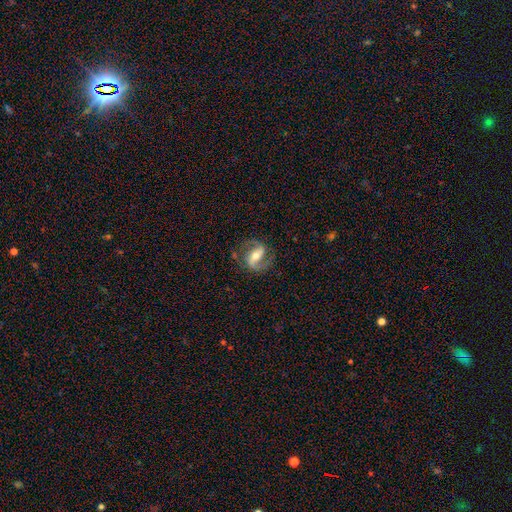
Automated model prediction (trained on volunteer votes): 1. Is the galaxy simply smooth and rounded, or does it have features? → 88% featured or disk, 7% smooth, 5% star or artifact.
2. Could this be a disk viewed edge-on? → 97% no, 3% yes.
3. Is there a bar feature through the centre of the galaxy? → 47% strong, 33% weak, 19% no.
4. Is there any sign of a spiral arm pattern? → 97% yes, 3% no.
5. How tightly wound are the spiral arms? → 54% medium, 26% loose, 20% tight.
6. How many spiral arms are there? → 91% 2, 3% 1, 2% can't tell, 1% 3, 1% 4, 1% more than 4.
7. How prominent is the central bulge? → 63% moderate, 30% small, 5% large, 1% none, 1% dominant.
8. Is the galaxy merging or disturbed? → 80% none, 13% minor disturbance, 6% major disturbance, 1% merger.